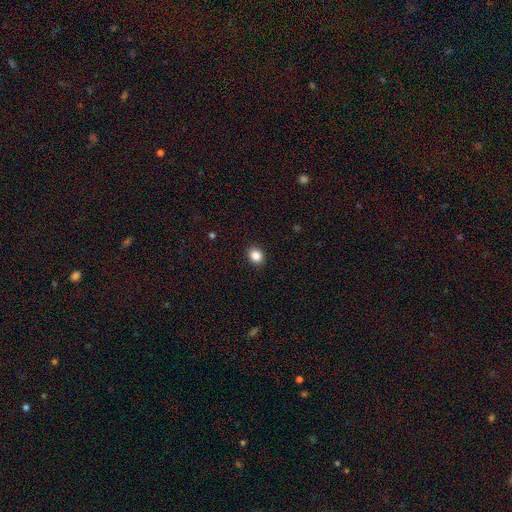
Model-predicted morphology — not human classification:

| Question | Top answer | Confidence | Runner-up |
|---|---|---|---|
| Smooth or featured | smooth | 86% | star or artifact (10%) |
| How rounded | round | 59% | in between (40%) |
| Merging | none | 91% | minor disturbance (6%) |